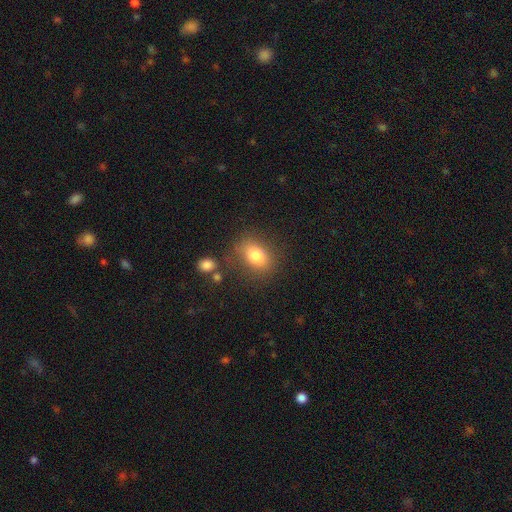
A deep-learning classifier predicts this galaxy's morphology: This is clearly a smooth galaxy (80%). How rounded: likely in between (70%). Merging: likely none (76%).